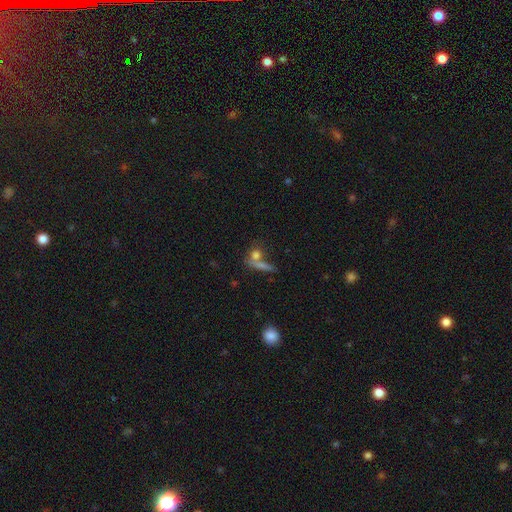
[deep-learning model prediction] Overall: smooth (63%). How rounded: round (50%; in between 25%). Merging: none (54%; merger 29%).